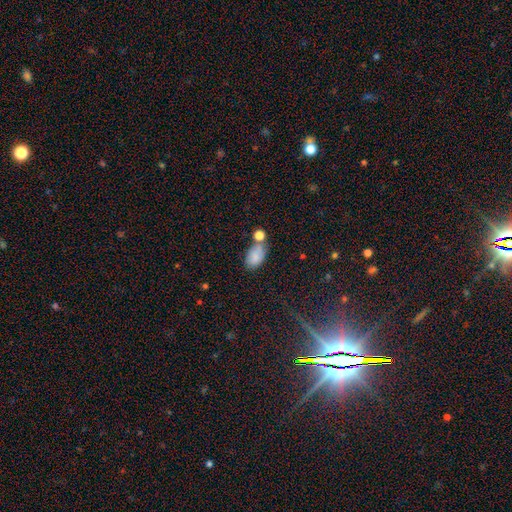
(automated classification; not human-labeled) smooth-or-featured: smooth: 83% | featured or disk: 9% | star or artifact: 9%
  how-rounded: in between: 92% | round: 6% | cigar-shaped: 2%
  merging: none: 52% | merger: 23% | minor disturbance: 18% | major disturbance: 6%